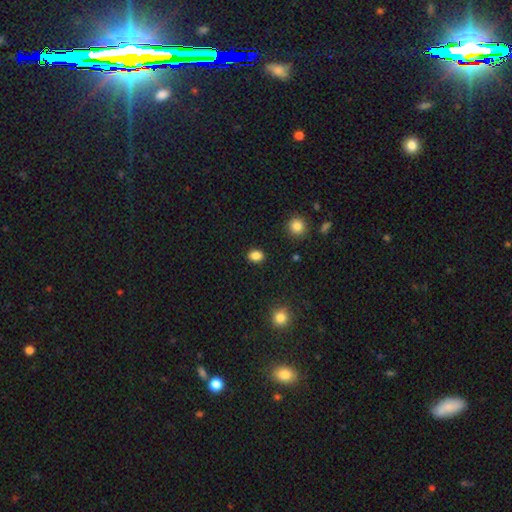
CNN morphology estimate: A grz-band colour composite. It shows a smooth galaxy with no disk features (86%) that is in between round and cigar-shaped (55%). Merging: none (89%).